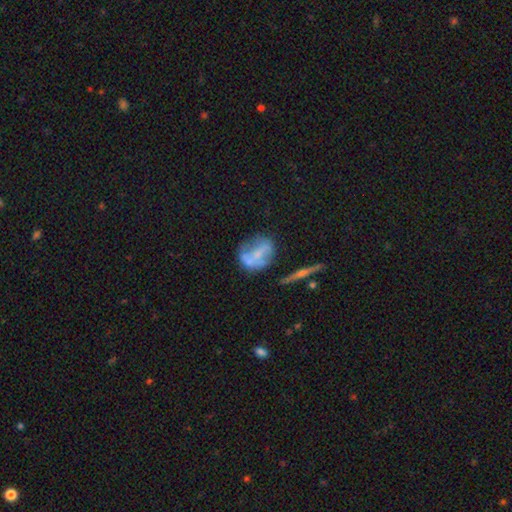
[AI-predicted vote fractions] A featured or disk galaxy (48%).

Vote fractions:
- Smooth or featured? featured or disk: 48% / smooth: 41% / star or artifact: 11%
- Merging? none: 45% / minor disturbance: 24% / major disturbance: 18% / merger: 13%